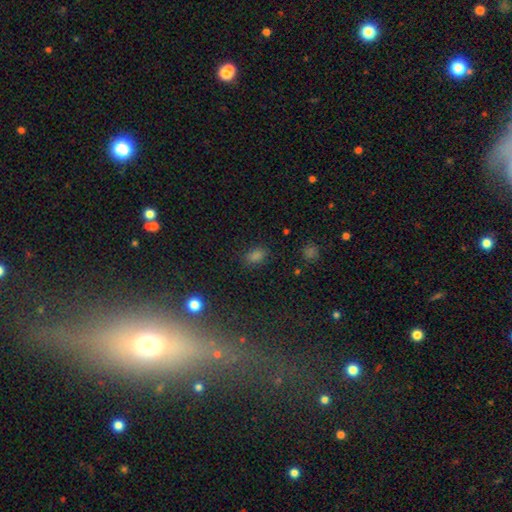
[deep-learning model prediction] A smooth galaxy with no disk features (67%) that is in between round and cigar-shaped (78%).

Vote fractions:
- Smooth or featured? smooth: 67% / star or artifact: 26% / featured or disk: 7%
- How rounded? in between: 78% / round: 19% / cigar-shaped: 3%
- Merging? none: 81% / minor disturbance: 12% / major disturbance: 5% / merger: 3%